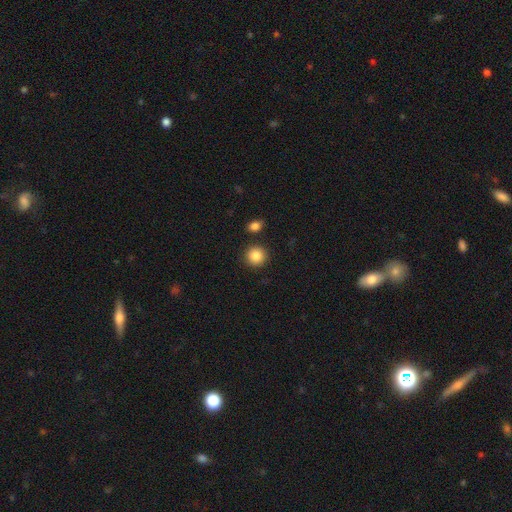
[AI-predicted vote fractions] Overall: smooth (87%). How rounded: round (92%). Merging: none (87%).